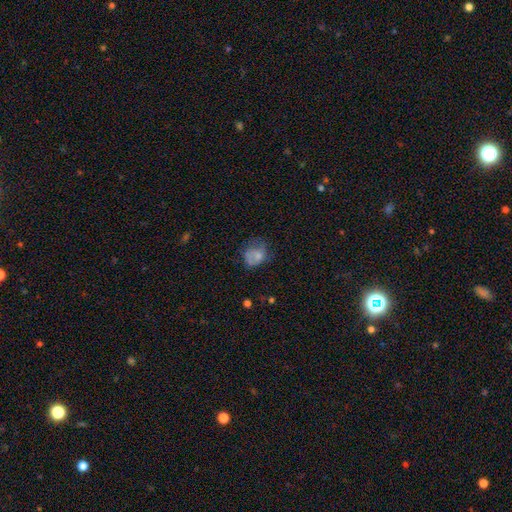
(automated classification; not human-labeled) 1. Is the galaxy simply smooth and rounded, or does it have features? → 64% smooth, 25% featured or disk, 11% star or artifact.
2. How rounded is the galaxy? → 50% in between, 49% round, 1% cigar-shaped.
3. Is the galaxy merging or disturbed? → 35% none, 30% major disturbance, 30% minor disturbance, 4% merger.